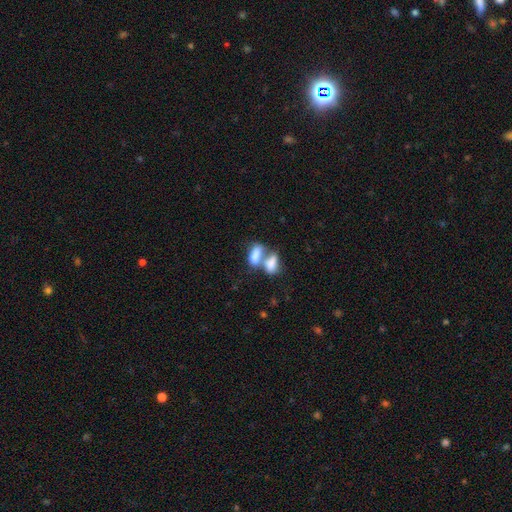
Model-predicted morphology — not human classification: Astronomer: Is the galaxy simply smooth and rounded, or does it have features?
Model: smooth — 77%.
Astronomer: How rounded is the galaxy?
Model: in between — 87%.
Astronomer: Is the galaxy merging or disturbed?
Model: merger — 70%.